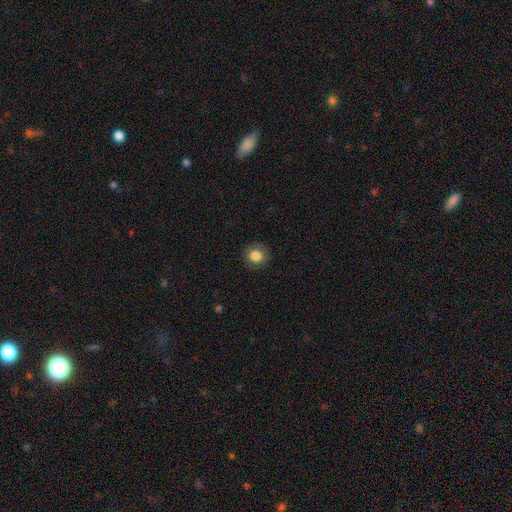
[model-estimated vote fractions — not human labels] Smooth or featured? smooth (84%)
How rounded? round (92%)
Merging? none (88%)